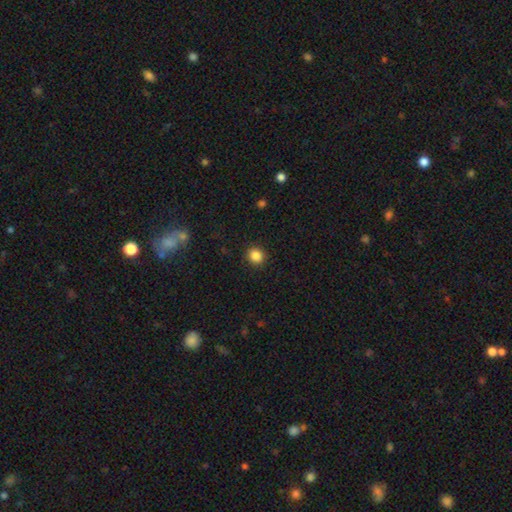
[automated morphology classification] The model was most divided on "how rounded": round: 85%, in between: 15%, cigar-shaped: 1%. More confident: merging — none (91%); smooth or featured — smooth (86%).